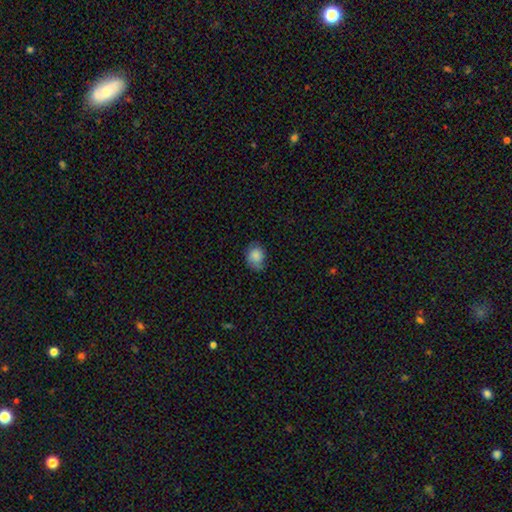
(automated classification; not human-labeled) Overall: smooth (85%). How rounded: in between (60%; round 39%). Merging: none (62%; minor disturbance 29%).